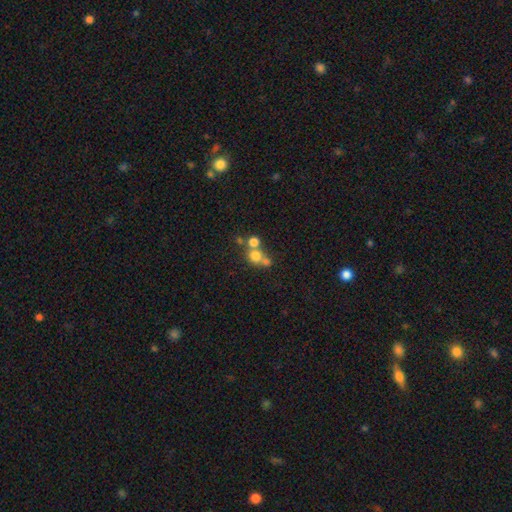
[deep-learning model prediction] Overall: smooth (69%). How rounded: round (85%). Merging: merger (48%; none 41%).